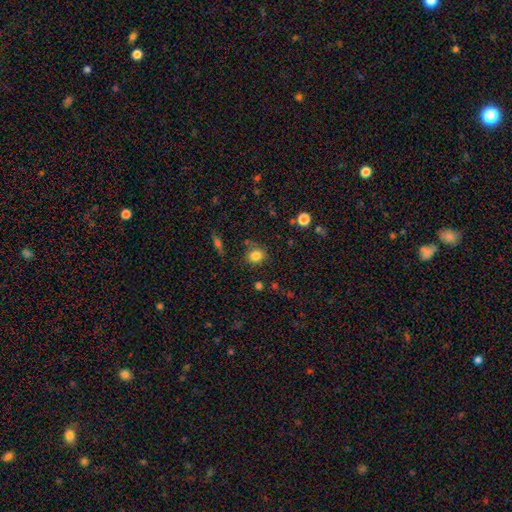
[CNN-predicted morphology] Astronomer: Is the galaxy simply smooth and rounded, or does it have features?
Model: smooth — 83%.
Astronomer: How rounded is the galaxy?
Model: round — 68%.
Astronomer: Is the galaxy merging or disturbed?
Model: none — 77%.